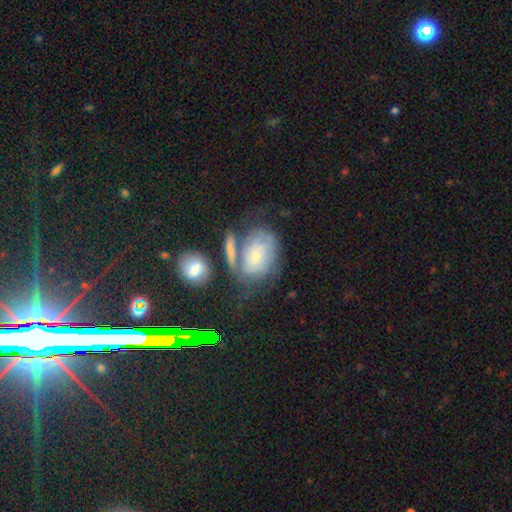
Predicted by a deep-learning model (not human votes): The model was most divided on "smooth or featured": featured or disk: 53%, smooth: 38%, star or artifact: 9%. Remaining: edge-on disk — no (94%); merging — none (40%).